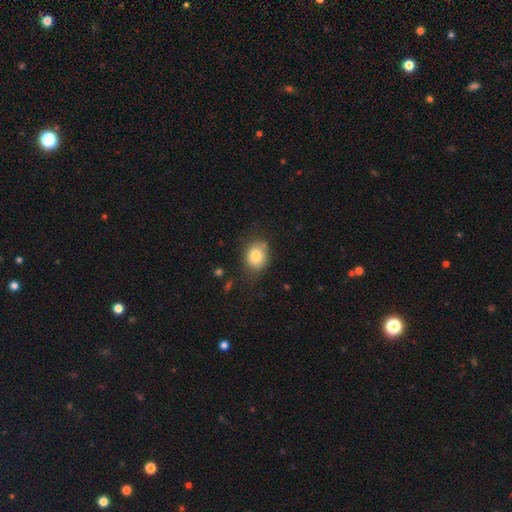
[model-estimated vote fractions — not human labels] This is likely a smooth galaxy (80%). How rounded: possibly round (52%). Merging: likely none (74%).